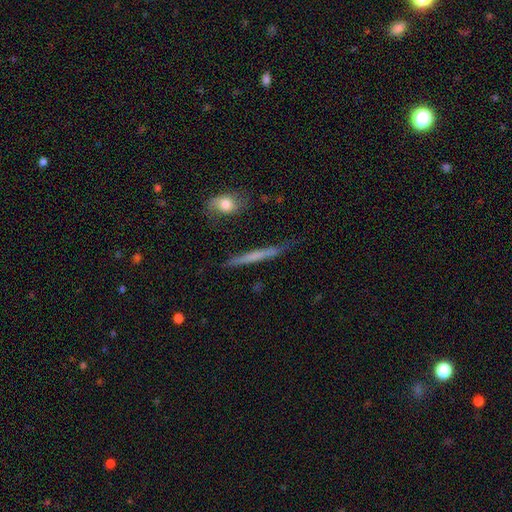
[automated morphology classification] Smooth or featured?
  - smooth: 47% *
  - featured or disk: 46%
  - star or artifact: 7%
Merging?
  - none: 75% *
  - minor disturbance: 18%
  - major disturbance: 5%
  - merger: 3%